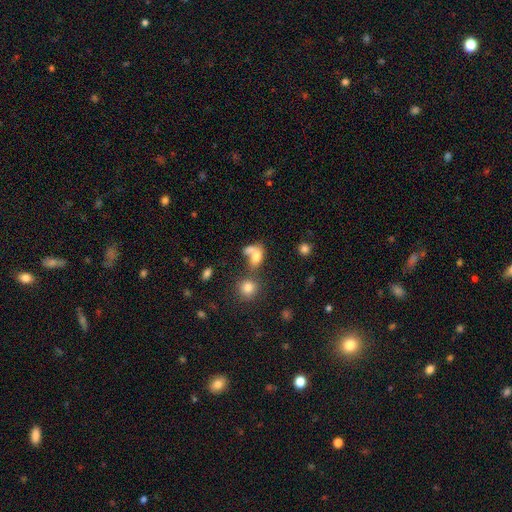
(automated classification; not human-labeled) A smooth galaxy with no disk features (73%) that is in between round and cigar-shaped (77%).

Vote fractions:
- Smooth or featured? smooth: 73% / featured or disk: 16% / star or artifact: 12%
- How rounded? in between: 77% / round: 19% / cigar-shaped: 4%
- Merging? merger: 50% / none: 28% / minor disturbance: 11% / major disturbance: 10%